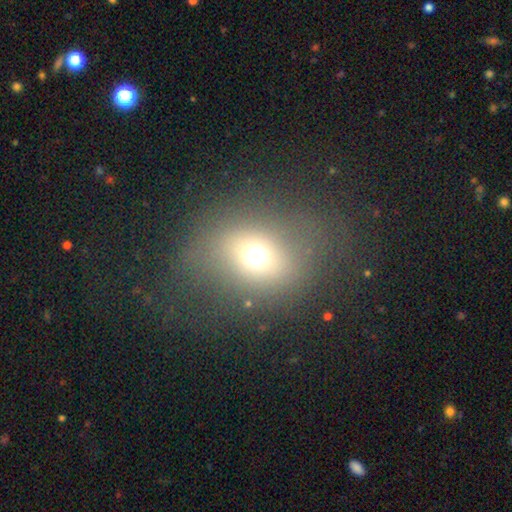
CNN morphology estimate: Smooth or featured: smooth — 64% (star or artifact — 21%)
How rounded: round — 59% (in between — 40%)
Merging: none — 71% (minor disturbance — 13%)